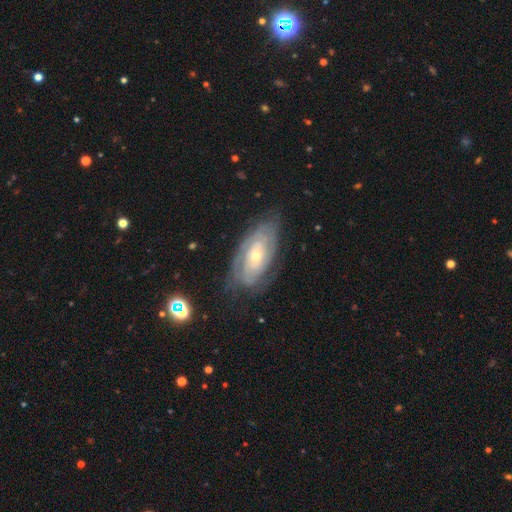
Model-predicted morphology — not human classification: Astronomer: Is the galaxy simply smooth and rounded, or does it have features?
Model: featured or disk — 77%.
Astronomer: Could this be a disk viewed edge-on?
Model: no — 92%.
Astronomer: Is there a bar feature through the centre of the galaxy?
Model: no — 77%.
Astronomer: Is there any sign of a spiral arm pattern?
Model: yes — 83%.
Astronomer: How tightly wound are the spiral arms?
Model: tight — 74%.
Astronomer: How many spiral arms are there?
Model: can't tell — 56%.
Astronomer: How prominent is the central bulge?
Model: small — 62%.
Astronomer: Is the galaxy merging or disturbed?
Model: none — 70%.